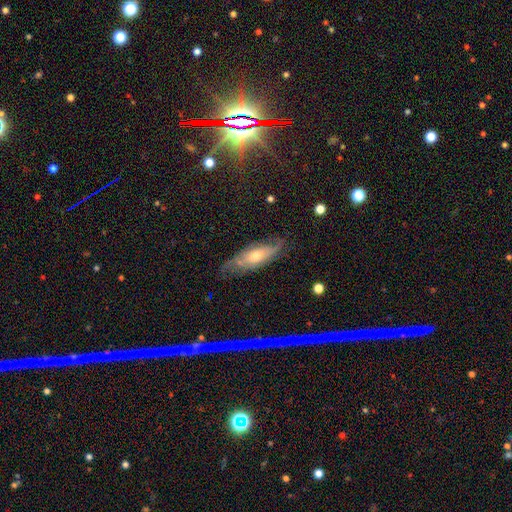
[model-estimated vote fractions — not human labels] Smooth or featured? Predicted: featured or disk (p=0.58). Edge-on disk? Predicted: no (p=0.70). Merging? Predicted: none (p=0.68).